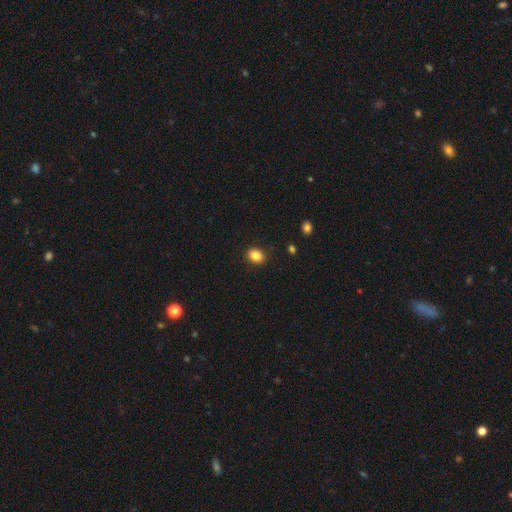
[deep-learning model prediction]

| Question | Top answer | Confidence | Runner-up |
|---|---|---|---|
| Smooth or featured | smooth | 86% | star or artifact (9%) |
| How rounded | in between | 56% | round (43%) |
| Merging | none | 89% | minor disturbance (8%) |